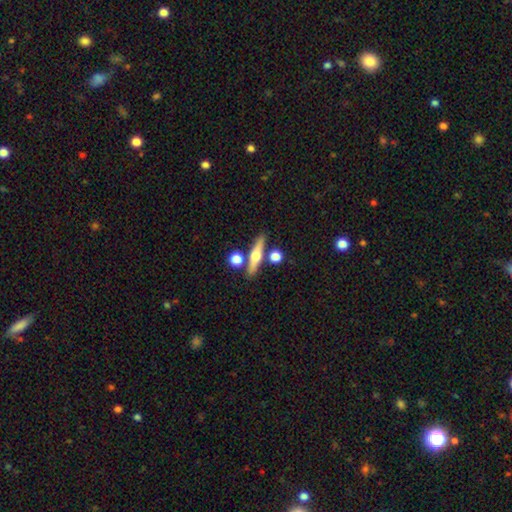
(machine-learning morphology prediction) This is possibly a featured or disk galaxy (56%). It is clearly viewed edge-on (93%). Edge-on bulge: clearly rounded (94%). Merging: likely none (79%).